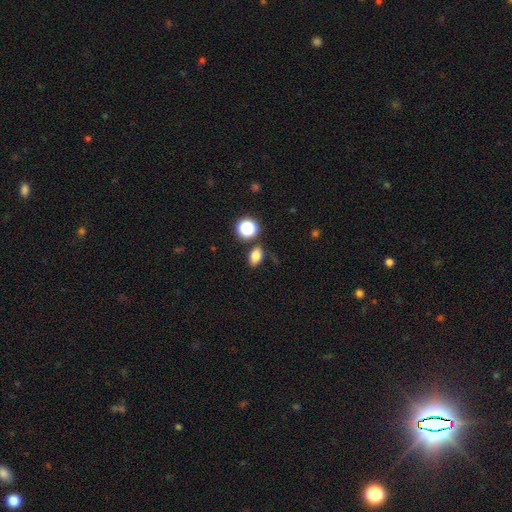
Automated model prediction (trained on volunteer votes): Smooth or featured? Predicted: smooth (p=0.79). How rounded? Predicted: in between (p=0.79). Merging? Predicted: none (p=0.79).